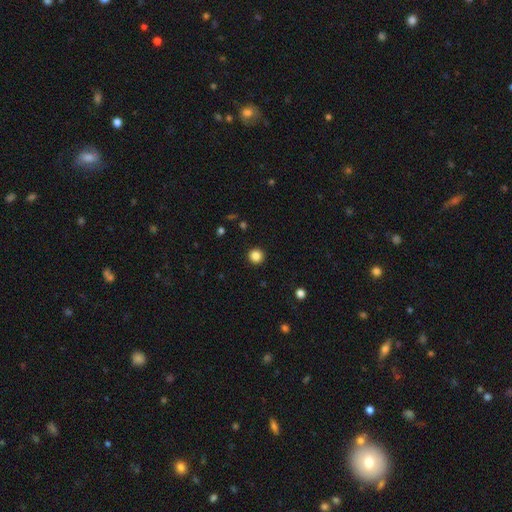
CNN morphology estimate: A smooth galaxy with no disk features (85%) that is round (96%).

Vote fractions:
- Smooth or featured? smooth: 85% / star or artifact: 11% / featured or disk: 4%
- How rounded? round: 96% / in between: 3% / cigar-shaped: 1%
- Merging? none: 93% / minor disturbance: 4% / major disturbance: 2% / merger: 1%